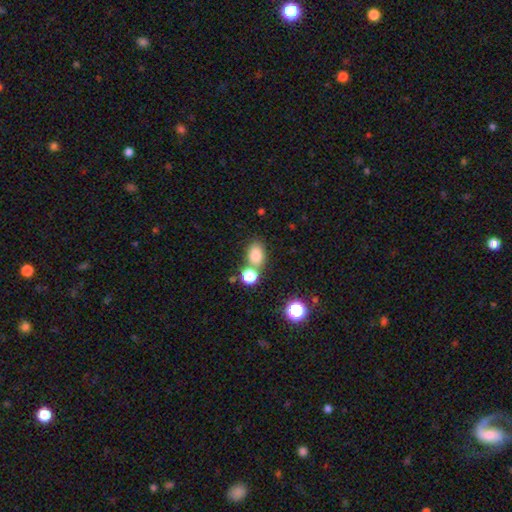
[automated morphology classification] The model was most divided on "merging": none: 56%, merger: 28%, minor disturbance: 12%, major disturbance: 4%. More confident: smooth or featured — smooth (80%); how rounded — in between (70%).